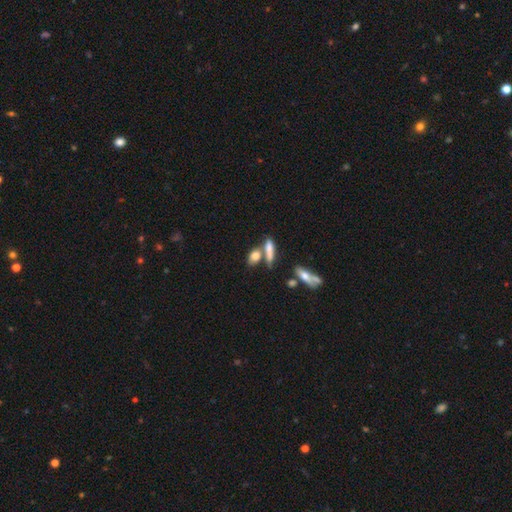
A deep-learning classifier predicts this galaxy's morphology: The model was most divided on "merging": none: 47%, merger: 35%, minor disturbance: 12%, major disturbance: 5%. More confident: smooth or featured — smooth (78%); how rounded — in between (59%).